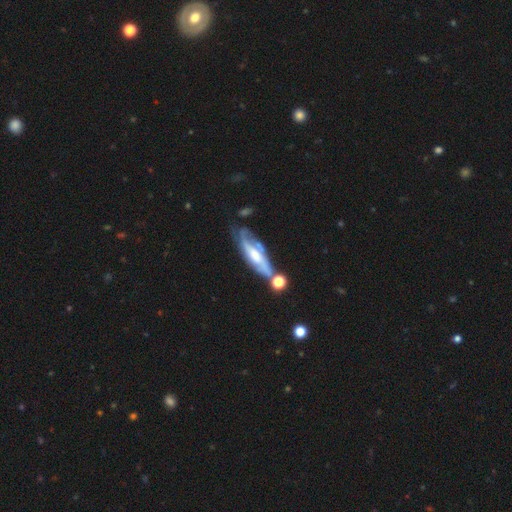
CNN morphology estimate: A featured or disk galaxy (71%). Merging: none (44%).